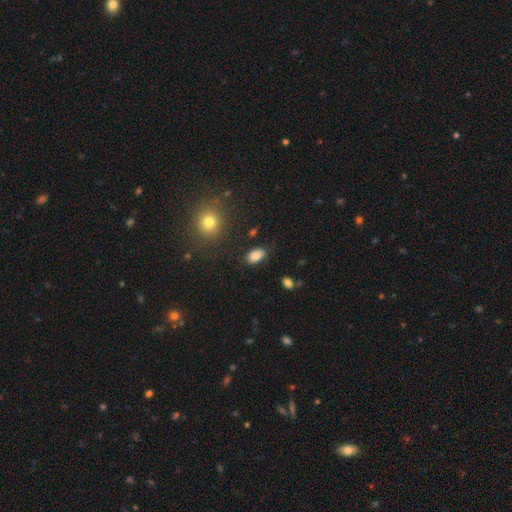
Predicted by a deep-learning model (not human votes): The model was most divided on "merging": none: 82%, minor disturbance: 13%, major disturbance: 3%, merger: 2%. More confident: how rounded — in between (91%); smooth or featured — smooth (86%).